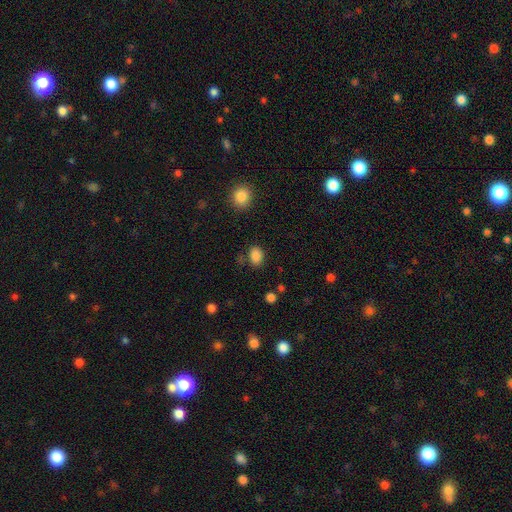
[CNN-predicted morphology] smooth-or-featured: smooth: 85% | star or artifact: 10% | featured or disk: 4%
  how-rounded: in between: 69% | round: 30% | cigar-shaped: 1%
  merging: none: 79% | minor disturbance: 12% | merger: 4% | major disturbance: 4%